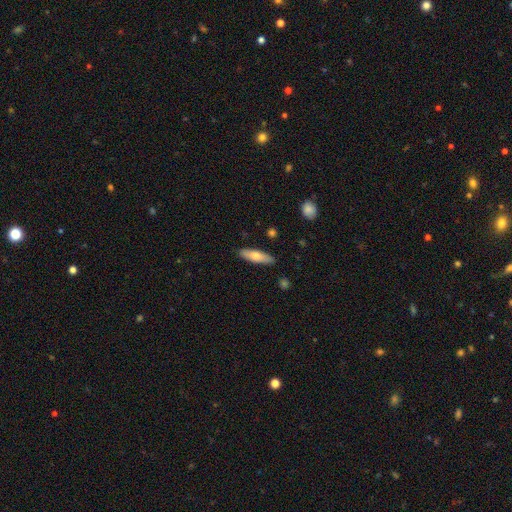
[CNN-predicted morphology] Smooth or featured? Predicted: smooth (p=0.68). How rounded? Predicted: cigar-shaped (p=0.55). Merging? Predicted: none (p=0.87).